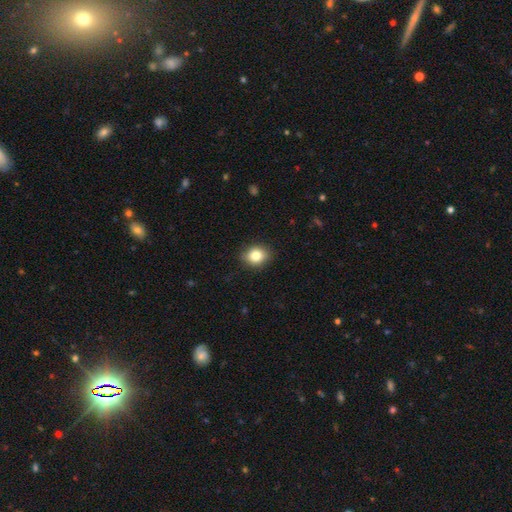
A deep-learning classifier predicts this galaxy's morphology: A smooth galaxy with no disk features (82%) that is round (54%).

Vote fractions:
- Smooth or featured? smooth: 82% / star or artifact: 10% / featured or disk: 8%
- How rounded? round: 54% / in between: 45% / cigar-shaped: 1%
- Merging? none: 88% / minor disturbance: 9% / major disturbance: 2% / merger: 1%